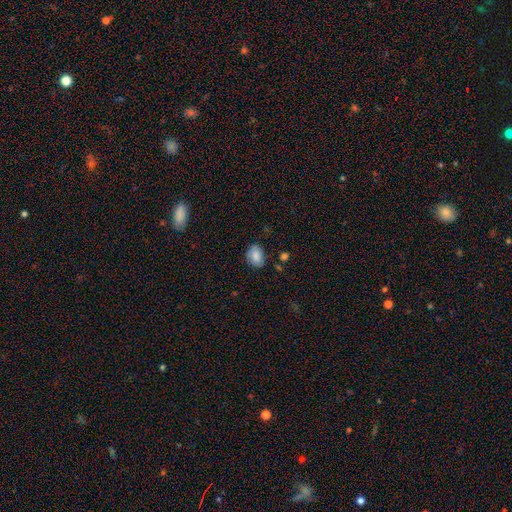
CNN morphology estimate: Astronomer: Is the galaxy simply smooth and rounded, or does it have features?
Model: smooth — 81%.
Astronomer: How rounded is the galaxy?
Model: in between — 69%.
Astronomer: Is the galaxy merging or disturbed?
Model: none — 70%.